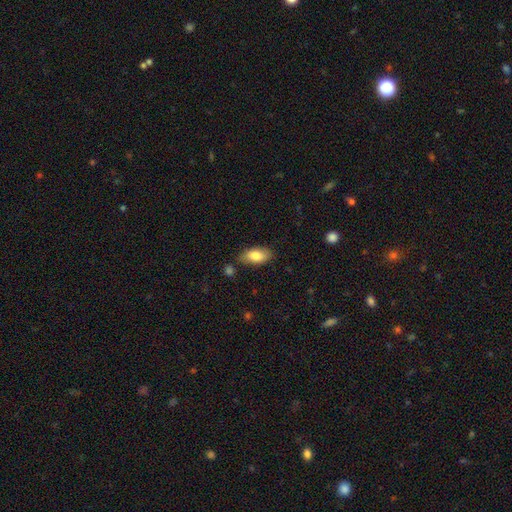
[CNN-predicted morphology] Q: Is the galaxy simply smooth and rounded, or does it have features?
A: smooth — 83%.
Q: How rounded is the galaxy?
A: in between — 90%.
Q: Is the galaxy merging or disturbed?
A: none — 78%.